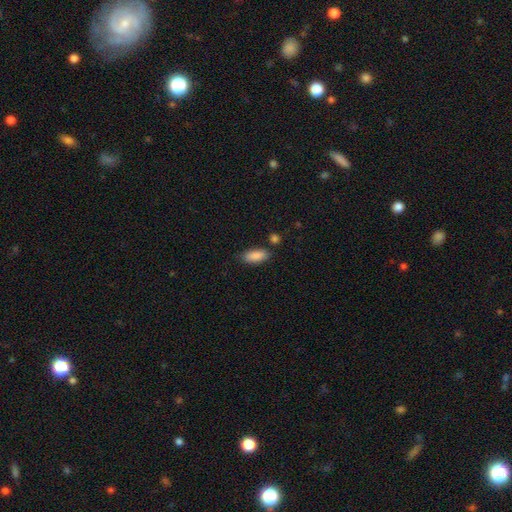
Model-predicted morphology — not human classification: A smooth galaxy with no disk features (89%) that is in between round and cigar-shaped (83%).

Vote fractions:
- Smooth or featured? smooth: 89% / star or artifact: 7% / featured or disk: 5%
- How rounded? in between: 83% / cigar-shaped: 15% / round: 2%
- Merging? none: 82% / minor disturbance: 11% / merger: 4% / major disturbance: 3%